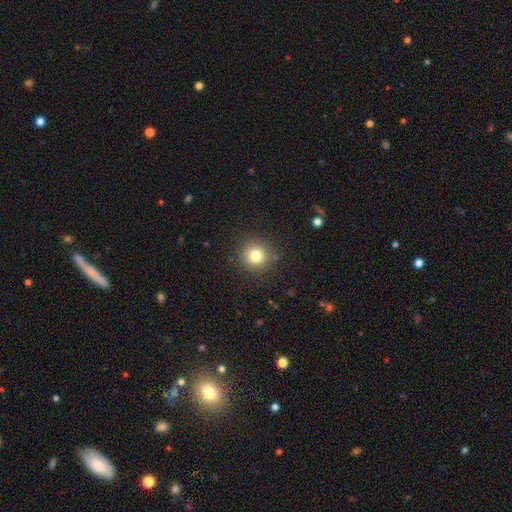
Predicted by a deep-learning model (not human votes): smooth_or_featured: smooth (p=0.79) [alt: star or artifact p=0.13]
how_rounded: round (p=0.94) [alt: in between p=0.05]
merging: none (p=0.89) [alt: minor disturbance p=0.07]